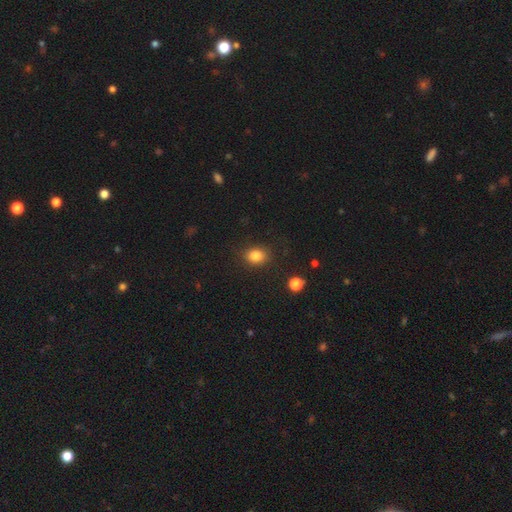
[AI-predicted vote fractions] smooth-or-featured: smooth: 84% | star or artifact: 11% | featured or disk: 5%
  how-rounded: in between: 52% | round: 47% | cigar-shaped: 1%
  merging: none: 85% | minor disturbance: 10% | major disturbance: 3% | merger: 2%